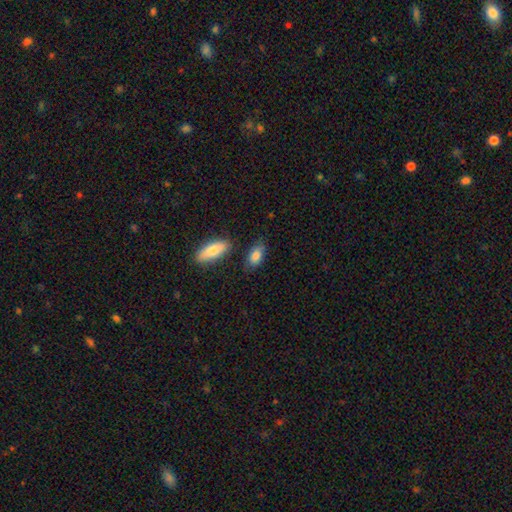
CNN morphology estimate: smooth_or_featured: smooth (p=0.83) [alt: featured or disk p=0.10]
how_rounded: in between (p=0.89) [alt: cigar-shaped p=0.06]
merging: none (p=0.72) [alt: minor disturbance p=0.17]